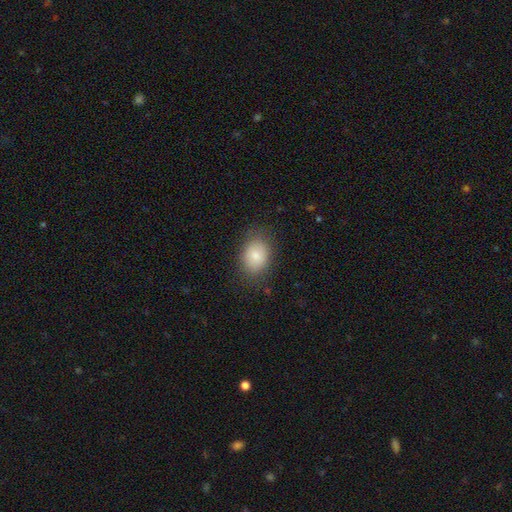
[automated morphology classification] This appears to be a smooth galaxy with no disk features (83%) that is in between round and cigar-shaped (64%). Merging: none (80%).